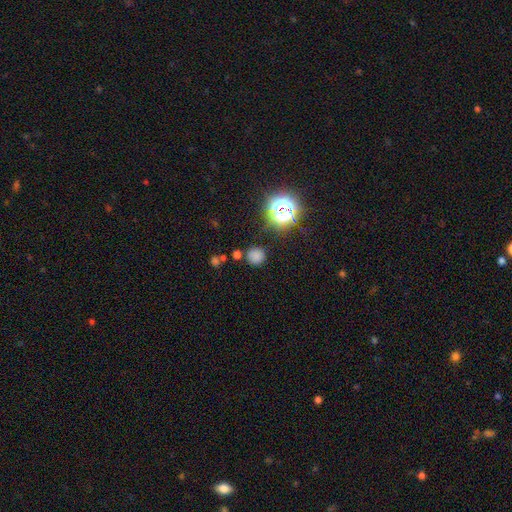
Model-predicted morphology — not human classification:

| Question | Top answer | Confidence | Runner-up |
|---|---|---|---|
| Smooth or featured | smooth | 70% | star or artifact (24%) |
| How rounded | round | 91% | in between (8%) |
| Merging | none | 80% | minor disturbance (11%) |